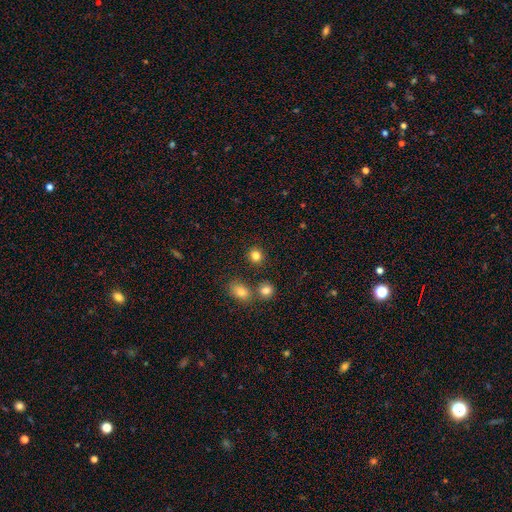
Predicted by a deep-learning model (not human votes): smooth_or_featured: smooth (p=0.83) [alt: star or artifact p=0.12]
how_rounded: round (p=0.84) [alt: in between p=0.15]
merging: none (p=0.85) [alt: minor disturbance p=0.07]